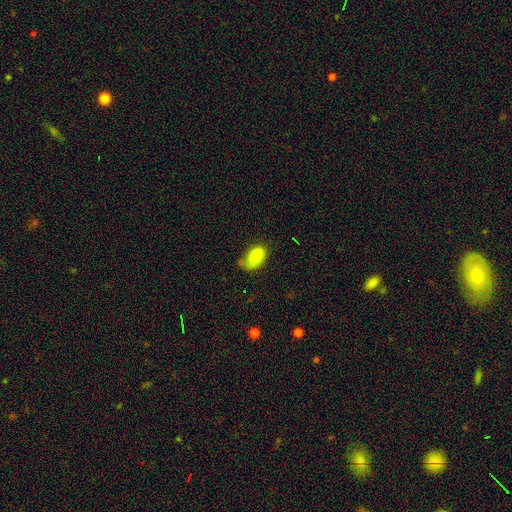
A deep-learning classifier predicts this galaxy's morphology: Overall: smooth (83%). How rounded: in between (92%). Merging: none (45%; minor disturbance 36%).